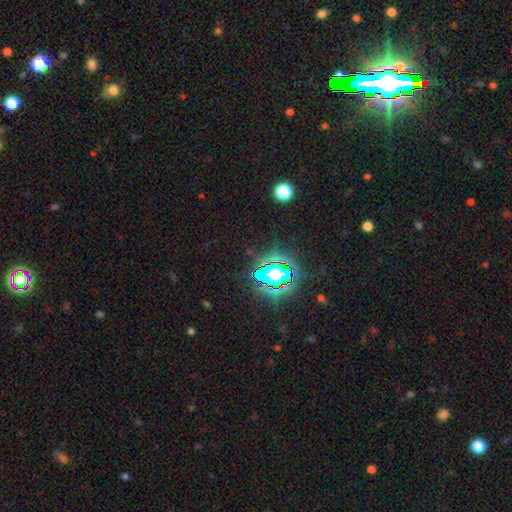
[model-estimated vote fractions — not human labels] Overall: star or artifact (78%).